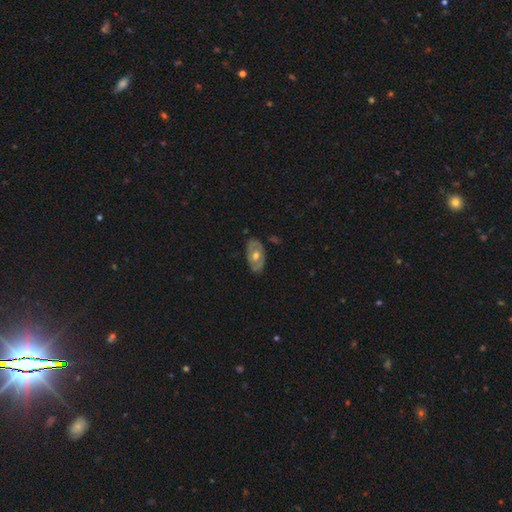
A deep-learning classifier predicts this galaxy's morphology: Smooth or featured? Predicted: featured or disk (p=0.52). Edge-on disk? Predicted: no (p=0.89). Merging? Predicted: none (p=0.80).